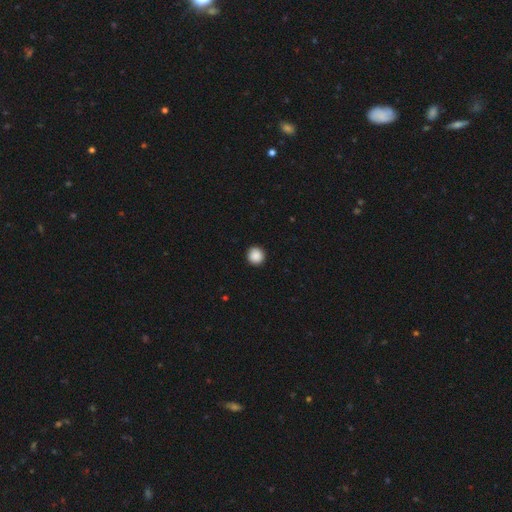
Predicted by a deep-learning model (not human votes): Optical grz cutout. It shows a smooth galaxy with no disk features (89%) that is round (95%). Merging: none (93%).